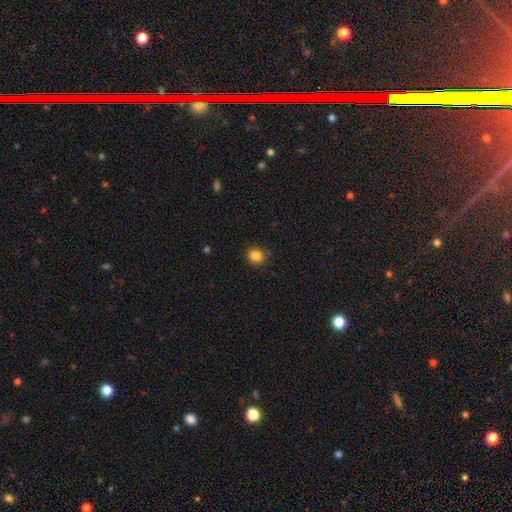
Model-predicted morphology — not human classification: Smooth or featured?
  - smooth: 84% *
  - star or artifact: 12%
  - featured or disk: 4%
How rounded?
  - round: 83% *
  - in between: 16%
  - cigar-shaped: 1%
Merging?
  - none: 87% *
  - minor disturbance: 9%
  - major disturbance: 2%
  - merger: 1%